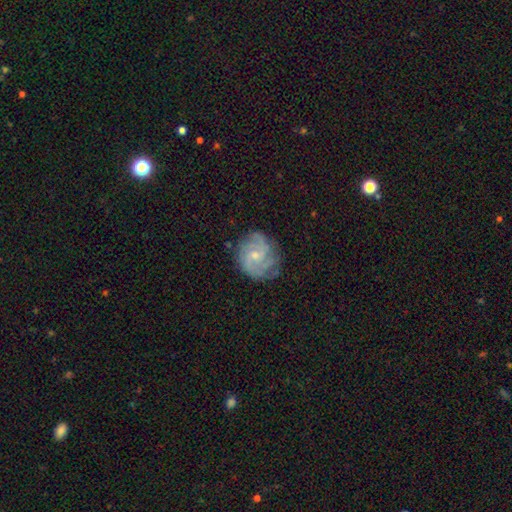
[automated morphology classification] This is likely a featured or disk galaxy (78%). It is clearly not viewed edge-on (98%). Bar: possibly no (60%). Spiral arm pattern: clearly yes (94%). Spiral arm count: marginally can't tell (28%). Spiral winding: possibly tight (53%). Central bulge: possibly small (58%). Merging: likely none (73%).